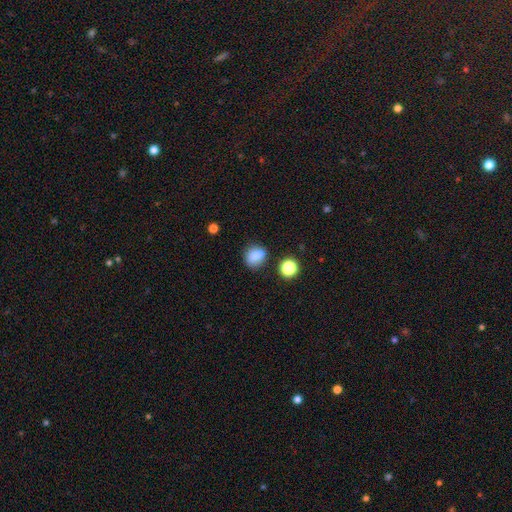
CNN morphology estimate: Q: Smooth or featured?
A: smooth (84%); runner-up: star or artifact (11%)
Q: How rounded?
A: round (57%); runner-up: in between (42%)
Q: Merging?
A: none (74%); runner-up: minor disturbance (17%)